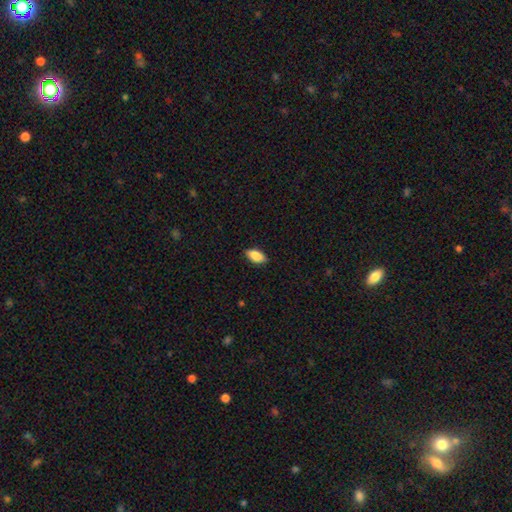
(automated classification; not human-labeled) Smooth or featured? Predicted: smooth (p=0.88). How rounded? Predicted: in between (p=0.91). Merging? Predicted: none (p=0.86).